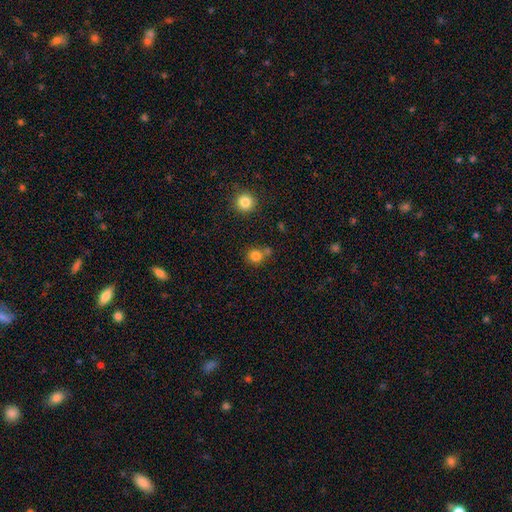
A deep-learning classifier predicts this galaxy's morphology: This is clearly a smooth galaxy (82%). How rounded: clearly round (88%). Merging: likely none (65%).